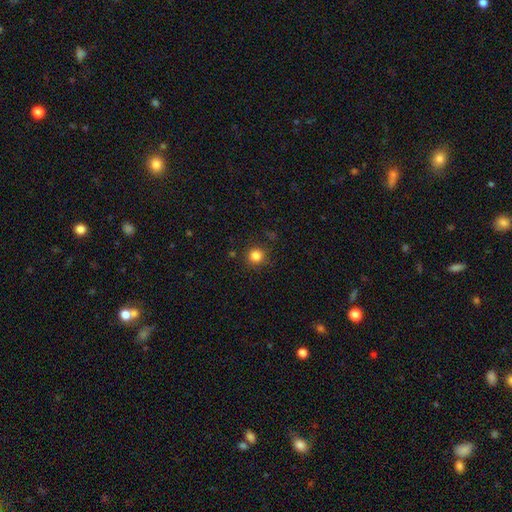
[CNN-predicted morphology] Overall: smooth (84%). How rounded: round (93%). Merging: none (86%).